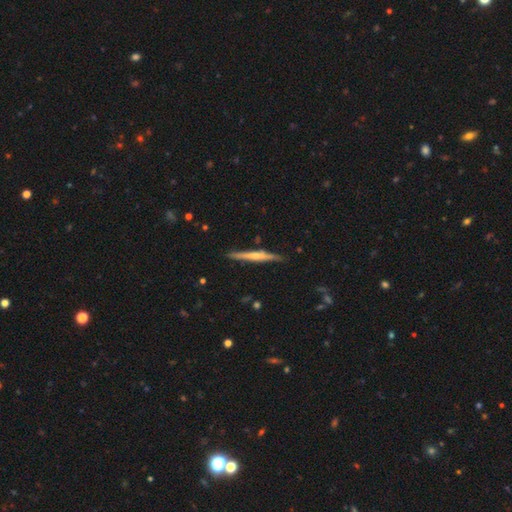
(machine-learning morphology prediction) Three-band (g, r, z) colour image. It shows a featured or disk galaxy (59%) viewed edge-on (97%) with a rounded central bulge (52%). Merging: none (85%).